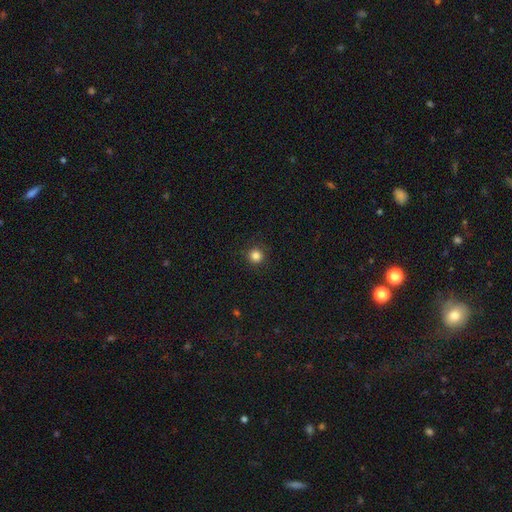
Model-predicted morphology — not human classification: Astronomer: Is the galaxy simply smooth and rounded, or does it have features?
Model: smooth — 84%.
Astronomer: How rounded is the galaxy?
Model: round — 95%.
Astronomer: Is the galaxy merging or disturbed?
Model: none — 90%.